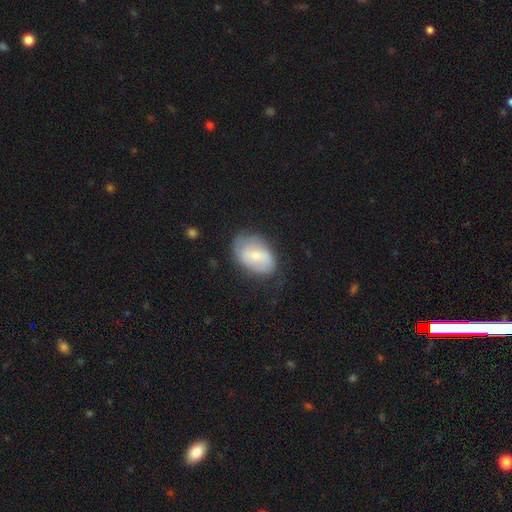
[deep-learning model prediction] Smooth or featured? smooth (55%)
How rounded? in between (84%)
Merging? none (63%)